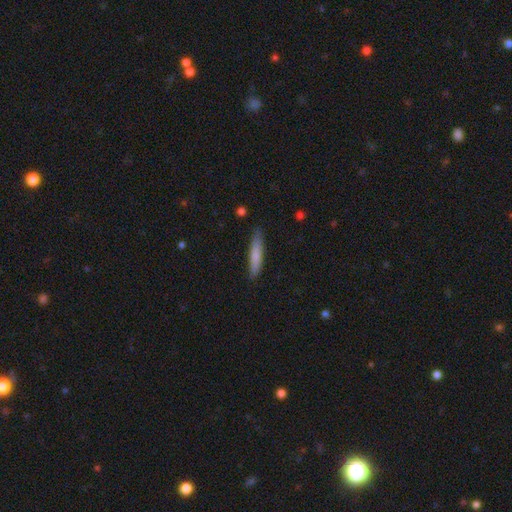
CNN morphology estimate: A smooth galaxy with no disk features (77%) that is cigar-shaped (89%).

Vote fractions:
- Smooth or featured? smooth: 77% / featured or disk: 18% / star or artifact: 6%
- How rounded? cigar-shaped: 89% / in between: 10% / round: 1%
- Merging? none: 85% / minor disturbance: 12% / major disturbance: 2% / merger: 1%